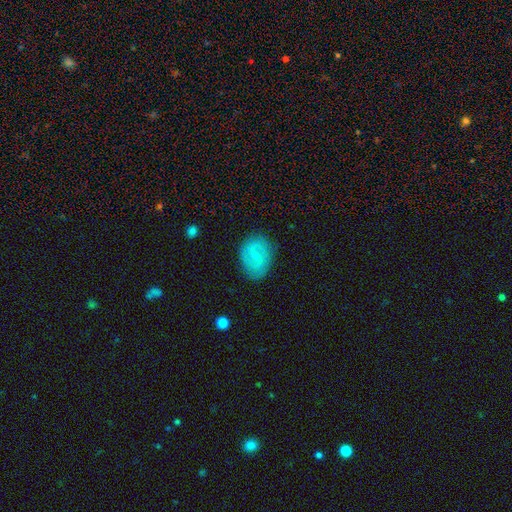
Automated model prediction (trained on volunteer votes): A featured or disk galaxy (64%) with a weak bar (58%), 2 (85%) medium (49%) spiral arms (86%) and a small central bulge (72%). Merging: none (82%).